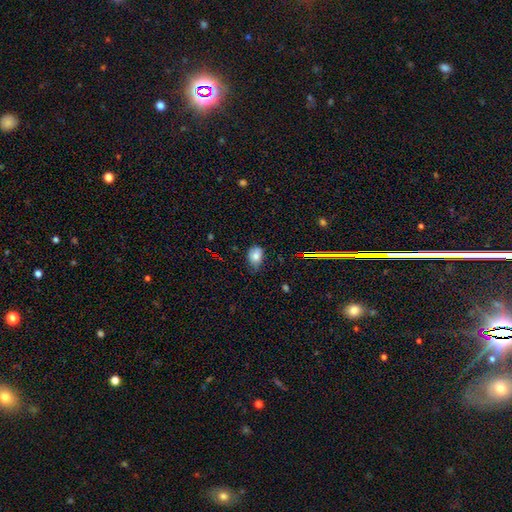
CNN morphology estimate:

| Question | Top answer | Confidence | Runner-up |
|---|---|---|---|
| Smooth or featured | smooth | 74% | featured or disk (14%) |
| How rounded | in between | 75% | round (24%) |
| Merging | none | 48% | minor disturbance (40%) |